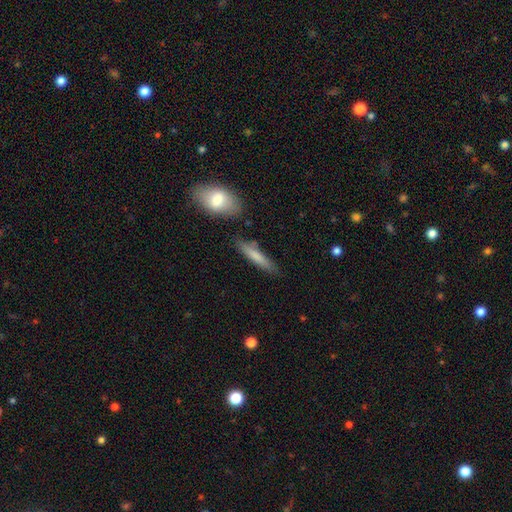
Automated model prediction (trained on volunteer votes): A smooth galaxy with no disk features (73%) that is cigar-shaped (85%). Merging: none (78%).